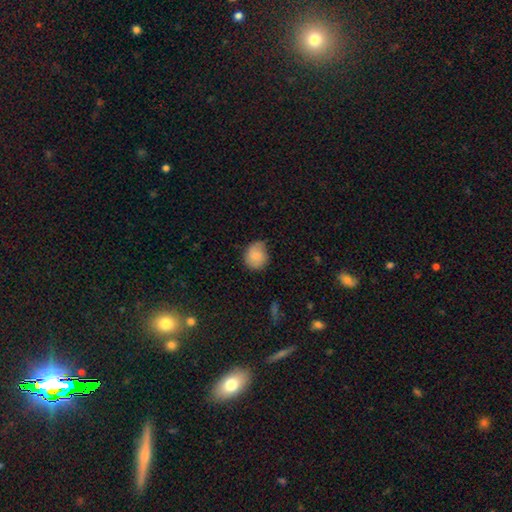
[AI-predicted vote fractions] Q: Smooth or featured?
A: smooth (73%); runner-up: featured or disk (20%)
Q: How rounded?
A: round (71%); runner-up: in between (28%)
Q: Merging?
A: none (56%); runner-up: minor disturbance (33%)